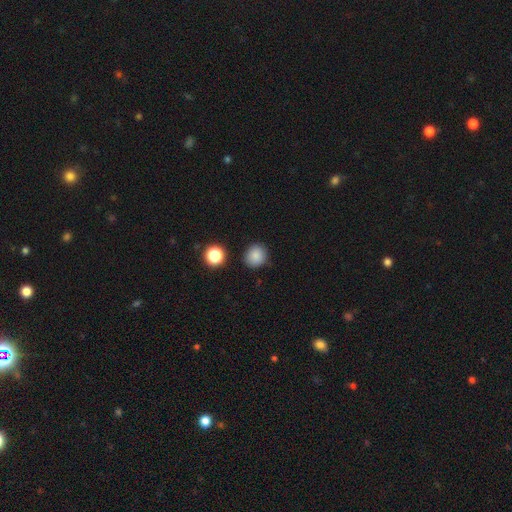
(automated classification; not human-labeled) Q: Smooth or featured?
A: smooth (86%); runner-up: star or artifact (10%)
Q: How rounded?
A: round (87%); runner-up: in between (12%)
Q: Merging?
A: none (87%); runner-up: minor disturbance (8%)